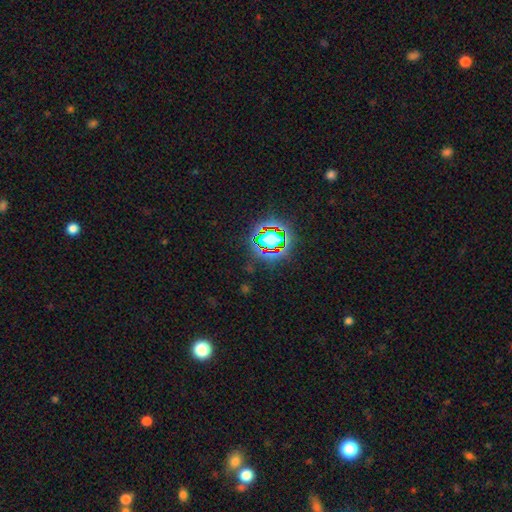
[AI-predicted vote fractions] This appears to be a star or artifact, not a galaxy (79%).